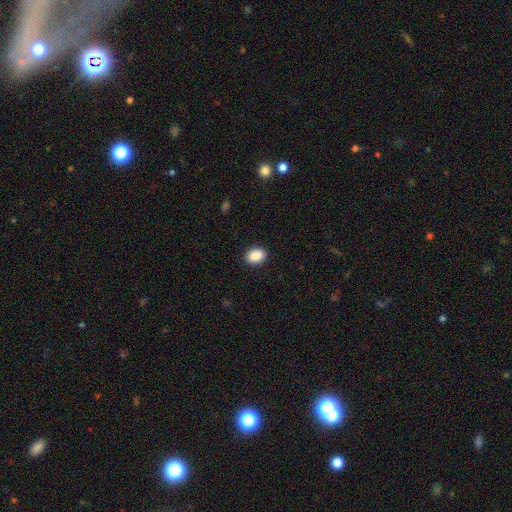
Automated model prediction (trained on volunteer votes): This is clearly a smooth galaxy (90%). How rounded: likely in between (71%). Merging: clearly none (90%).